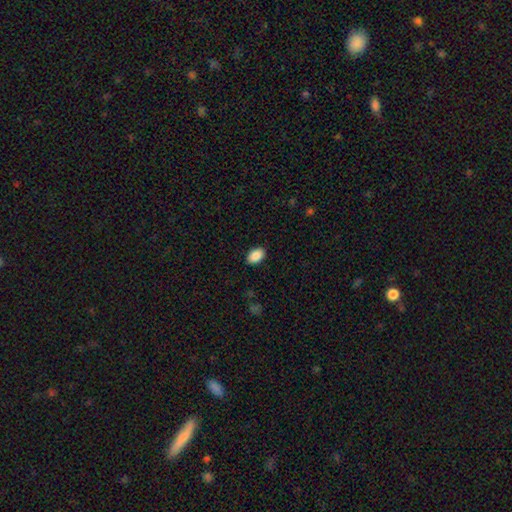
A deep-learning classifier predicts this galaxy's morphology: smooth 90%, star or artifact 7%, featured or disk 3%. Down the decision tree: how rounded — in between (90%); merging — none (89%).